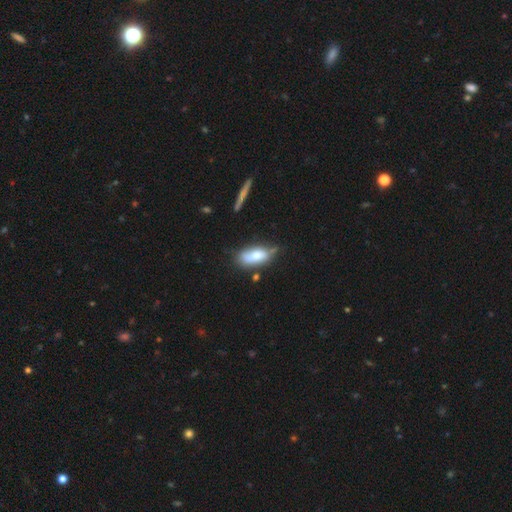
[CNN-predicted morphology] A smooth galaxy with no disk features (71%) that is in between round and cigar-shaped (82%). Merging: none (52%).